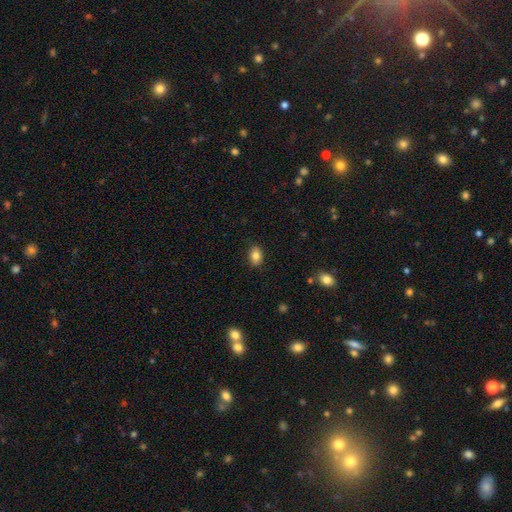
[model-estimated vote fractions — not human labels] smooth-or-featured: smooth: 83% | star or artifact: 9% | featured or disk: 8%
  how-rounded: in between: 81% | round: 17% | cigar-shaped: 2%
  merging: none: 87% | minor disturbance: 10% | major disturbance: 2% | merger: 1%